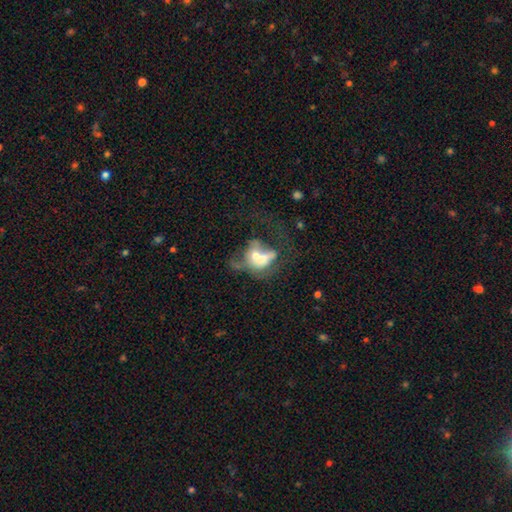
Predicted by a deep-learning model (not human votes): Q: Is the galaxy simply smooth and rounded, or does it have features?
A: smooth — 46%.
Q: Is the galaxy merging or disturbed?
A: merger — 57%.